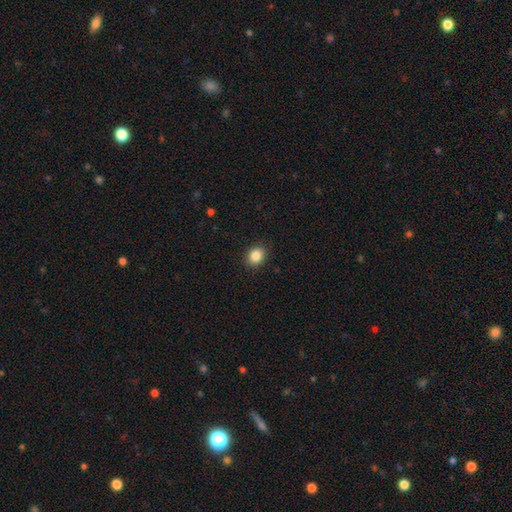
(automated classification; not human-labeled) The model was most divided on "how rounded": round: 57%, in between: 42%, cigar-shaped: 1%. More confident: merging — none (90%); smooth or featured — smooth (86%).